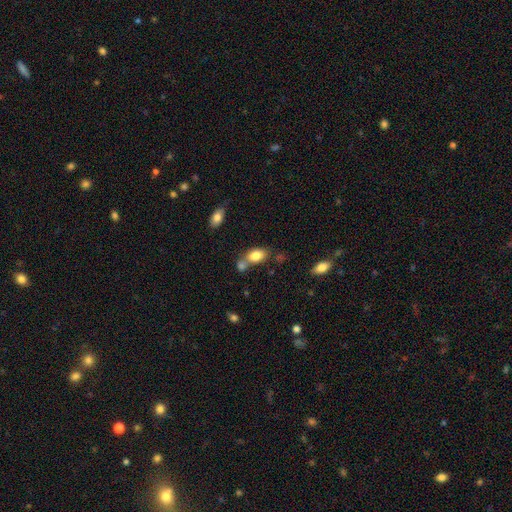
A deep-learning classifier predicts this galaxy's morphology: Smooth or featured? smooth (80%)
How rounded? in between (84%)
Merging? none (44%)